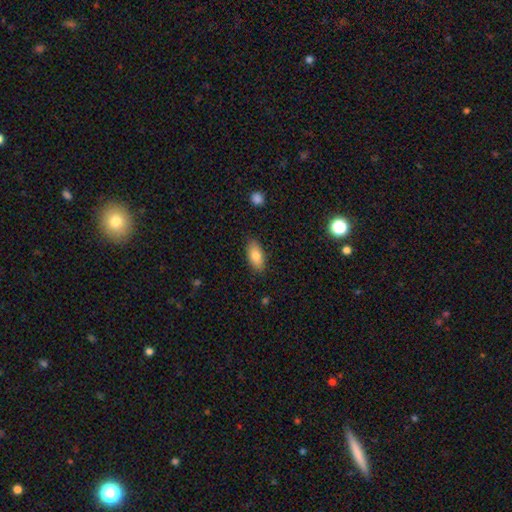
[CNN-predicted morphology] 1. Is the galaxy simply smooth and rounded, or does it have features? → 79% smooth, 14% featured or disk, 7% star or artifact.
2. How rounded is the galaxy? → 88% in between, 9% cigar-shaped, 3% round.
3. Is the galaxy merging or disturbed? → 86% none, 11% minor disturbance, 2% major disturbance, 1% merger.